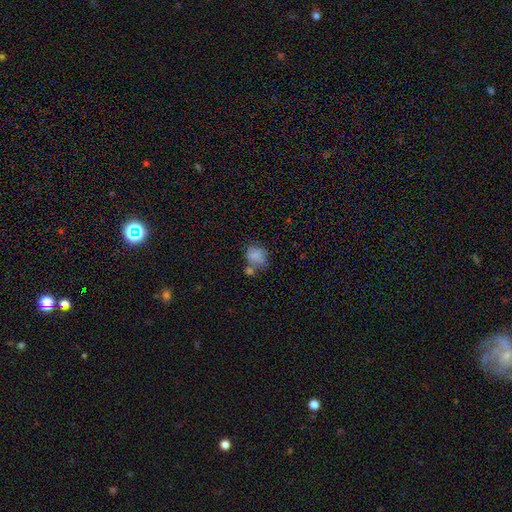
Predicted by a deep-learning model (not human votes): A smooth galaxy with no disk features (82%) that is round (55%). Merging: none (47%).